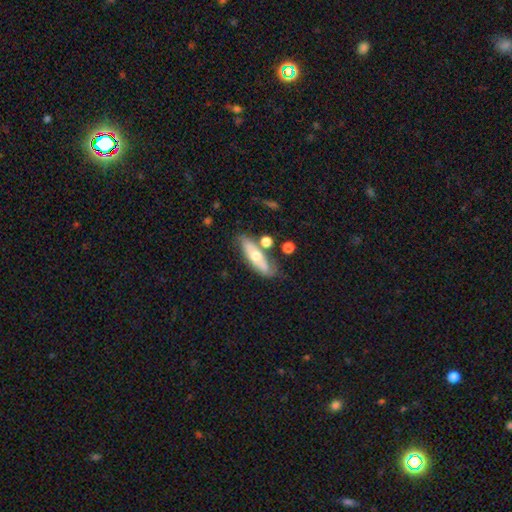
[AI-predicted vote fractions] This appears to be a smooth galaxy with no disk features (52%) that is in between round and cigar-shaped (54%). Merging: none (60%).